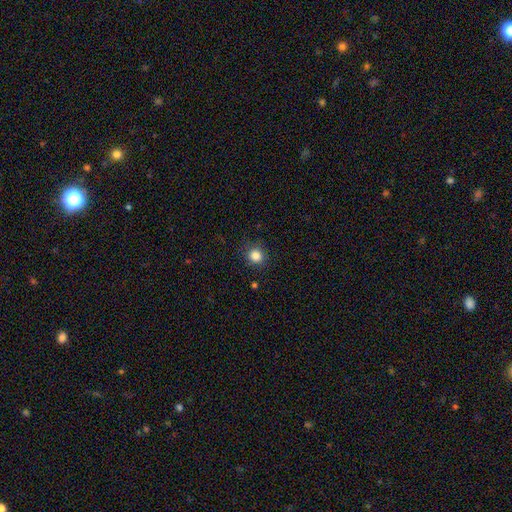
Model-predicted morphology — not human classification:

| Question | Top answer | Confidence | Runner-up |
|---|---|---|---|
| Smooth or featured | smooth | 84% | star or artifact (12%) |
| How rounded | round | 90% | in between (9%) |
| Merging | none | 88% | minor disturbance (8%) |